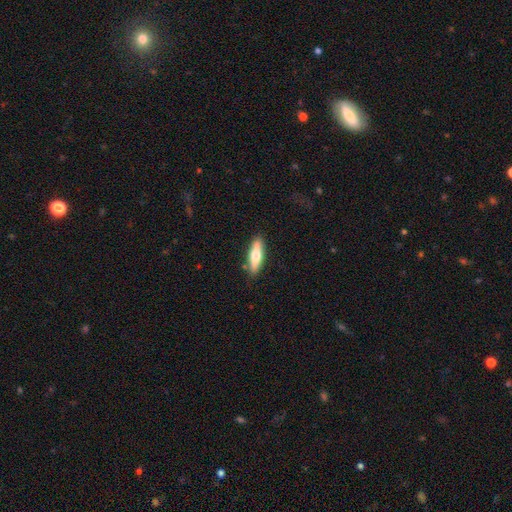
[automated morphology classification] Smooth or featured? Predicted: smooth (p=0.62). How rounded? Predicted: cigar-shaped (p=0.61). Merging? Predicted: none (p=0.85).